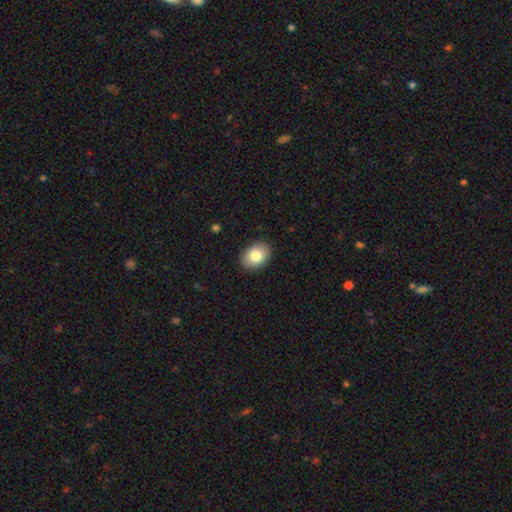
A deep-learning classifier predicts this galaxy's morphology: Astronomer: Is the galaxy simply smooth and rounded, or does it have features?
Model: smooth — 83%.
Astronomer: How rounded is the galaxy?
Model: in between — 79%.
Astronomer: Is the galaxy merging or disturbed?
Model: none — 89%.